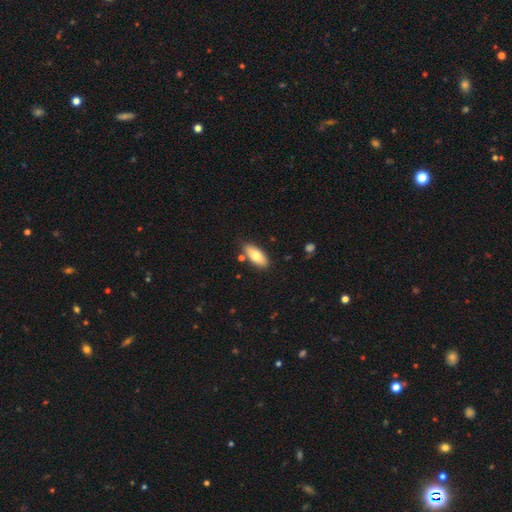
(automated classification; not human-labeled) Smooth or featured: smooth — 73% (featured or disk — 20%)
How rounded: in between — 85% (cigar-shaped — 12%)
Merging: none — 82% (minor disturbance — 11%)